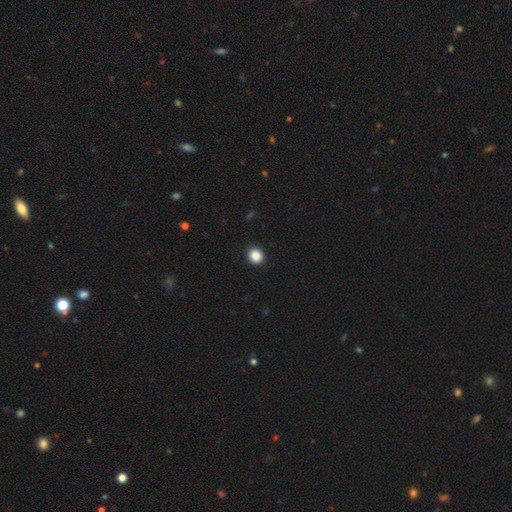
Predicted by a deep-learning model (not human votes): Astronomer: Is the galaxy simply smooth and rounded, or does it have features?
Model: smooth — 88%.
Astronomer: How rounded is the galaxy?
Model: round — 80%.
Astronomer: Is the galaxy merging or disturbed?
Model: none — 92%.